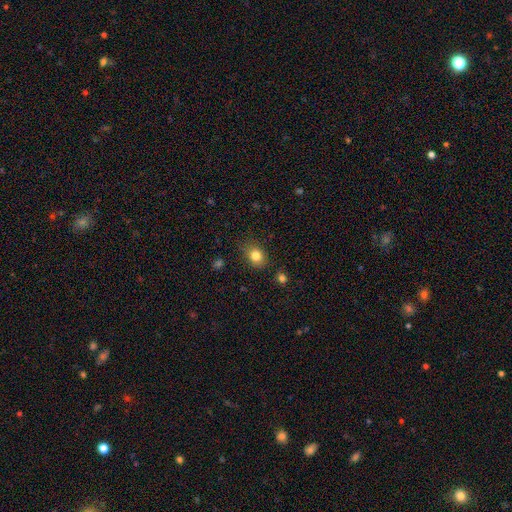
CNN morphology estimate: smooth_or_featured: smooth (p=0.82) [alt: star or artifact p=0.11]
how_rounded: in between (p=0.50) [alt: round p=0.49]
merging: none (p=0.78) [alt: minor disturbance p=0.16]